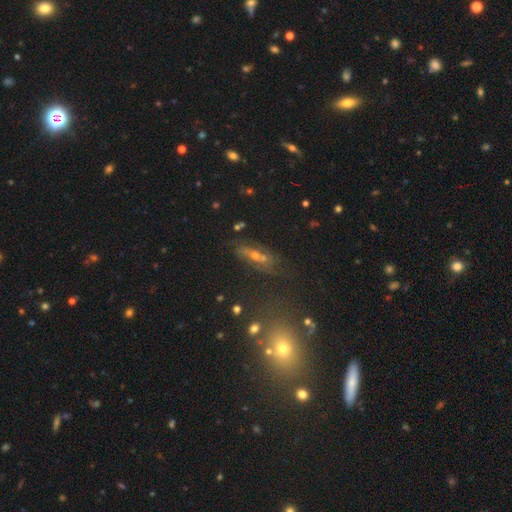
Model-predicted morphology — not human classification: A smooth galaxy with no disk features (39%).

Vote fractions:
- Smooth or featured? smooth: 39% / featured or disk: 37% / star or artifact: 25%
- Merging? none: 60% / minor disturbance: 18% / merger: 12% / major disturbance: 10%